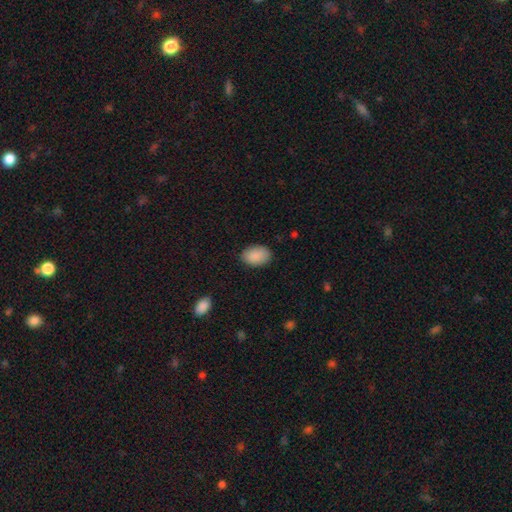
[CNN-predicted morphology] This is clearly a smooth galaxy (90%). How rounded: clearly in between (87%). Merging: clearly none (86%).